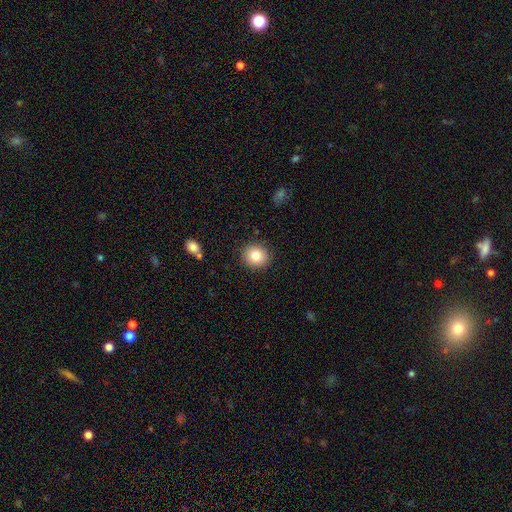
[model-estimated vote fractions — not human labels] Smooth or featured?
  - smooth: 81% *
  - star or artifact: 10%
  - featured or disk: 9%
How rounded?
  - round: 82% *
  - in between: 17%
  - cigar-shaped: 1%
Merging?
  - none: 90% *
  - minor disturbance: 7%
  - major disturbance: 2%
  - merger: 1%